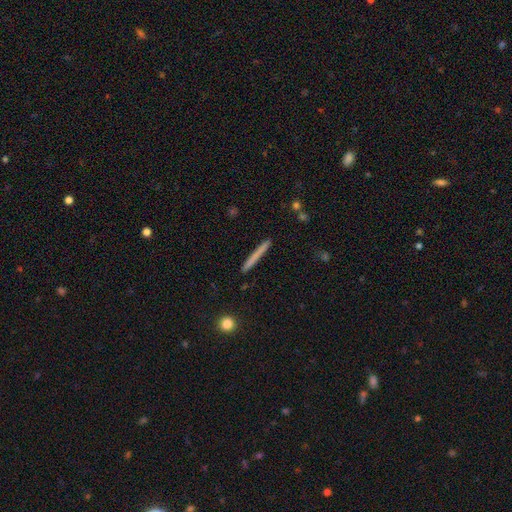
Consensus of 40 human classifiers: Morphology: type=smooth (60%); roundness=cigar-shaped (100%); merging=none (95%).